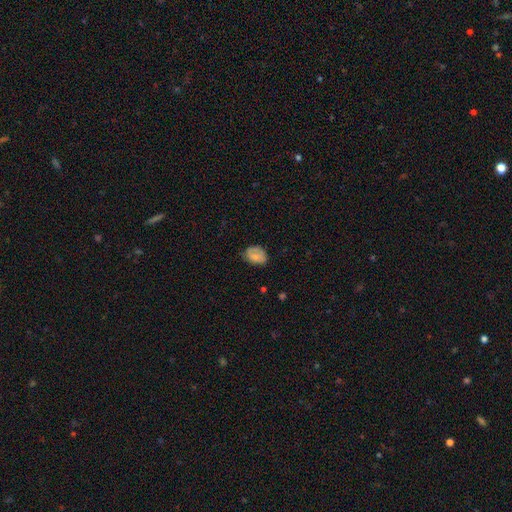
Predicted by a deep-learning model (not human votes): Smooth or featured? Predicted: smooth (p=0.73). How rounded? Predicted: in between (p=0.72). Merging? Predicted: none (p=0.63).